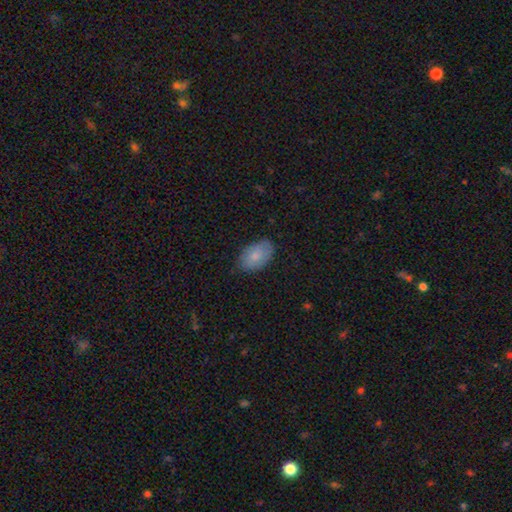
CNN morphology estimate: Q: Smooth or featured?
A: smooth (79%); runner-up: featured or disk (15%)
Q: How rounded?
A: in between (91%); runner-up: round (8%)
Q: Merging?
A: none (78%); runner-up: minor disturbance (18%)